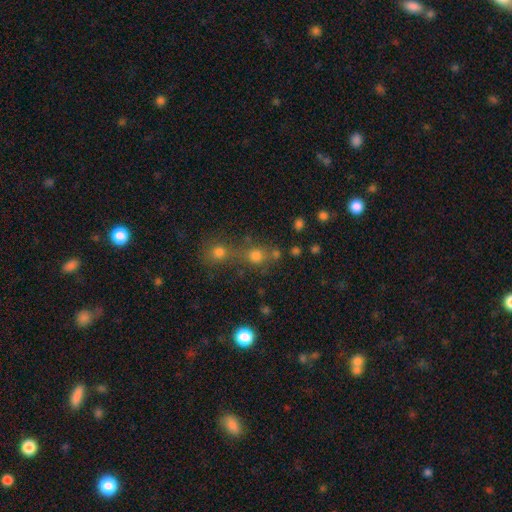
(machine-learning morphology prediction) Q: Smooth or featured?
A: smooth (71%); runner-up: star or artifact (19%)
Q: How rounded?
A: round (85%); runner-up: in between (14%)
Q: Merging?
A: none (48%); runner-up: merger (39%)